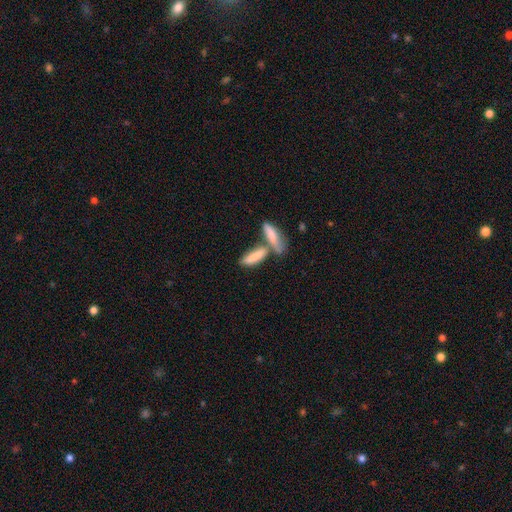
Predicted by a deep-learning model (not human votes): Smooth or featured? smooth (73%)
How rounded? cigar-shaped (54%)
Merging? merger (53%)